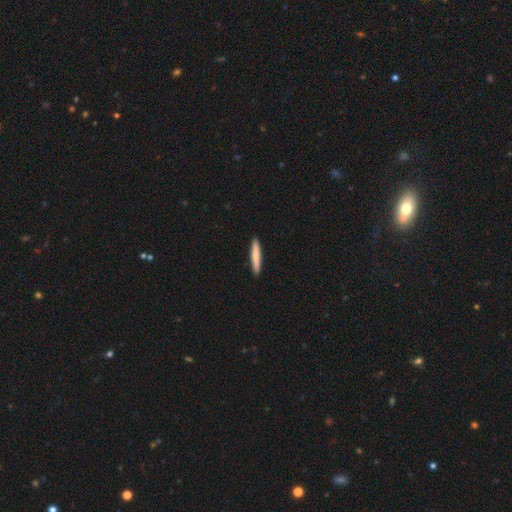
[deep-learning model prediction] Smooth or featured: smooth — 79% (featured or disk — 16%)
How rounded: cigar-shaped — 94% (in between — 5%)
Merging: none — 92% (minor disturbance — 6%)